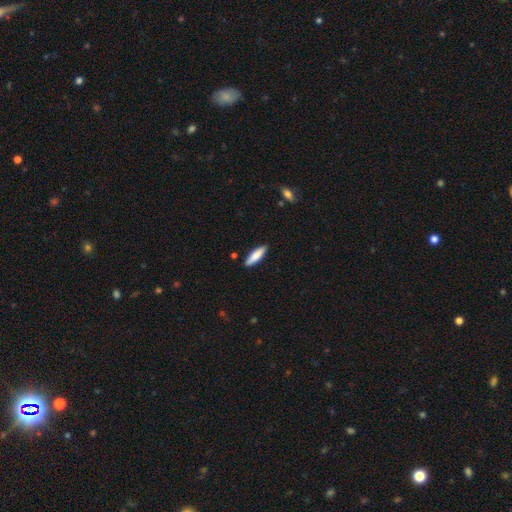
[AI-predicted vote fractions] smooth_or_featured: smooth (p=0.81) [alt: featured or disk p=0.14]
how_rounded: cigar-shaped (p=0.66) [alt: in between p=0.32]
merging: none (p=0.88) [alt: minor disturbance p=0.09]